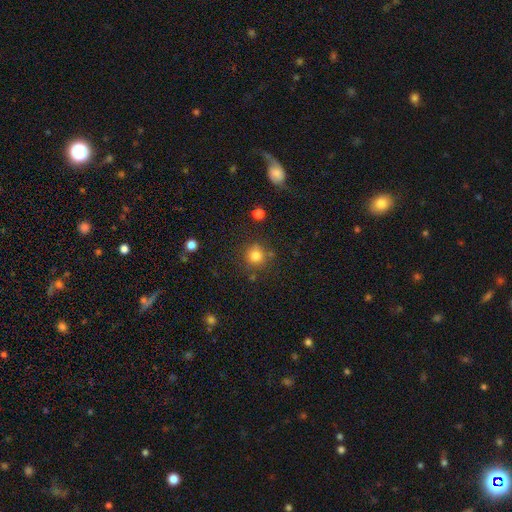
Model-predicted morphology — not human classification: Overall: smooth (81%). How rounded: round (92%). Merging: none (79%).